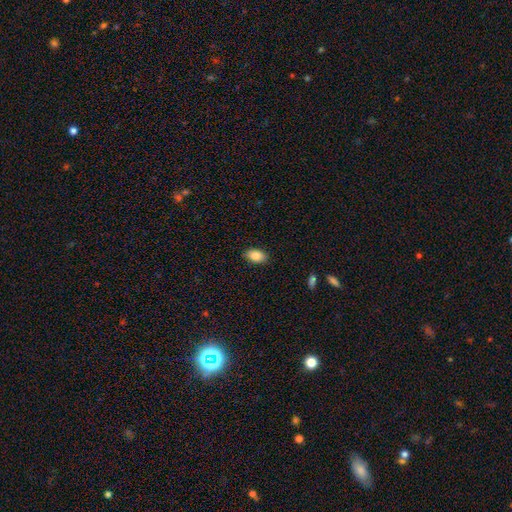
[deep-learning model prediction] Smooth or featured: smooth — 86% (star or artifact — 7%)
How rounded: in between — 91% (round — 7%)
Merging: none — 87% (minor disturbance — 10%)